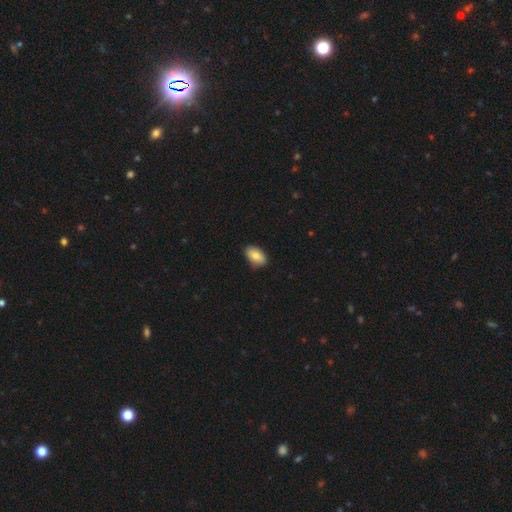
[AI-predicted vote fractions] A smooth galaxy with no disk features (82%) that is in between round and cigar-shaped (92%).

Vote fractions:
- Smooth or featured? smooth: 82% / featured or disk: 11% / star or artifact: 7%
- How rounded? in between: 92% / round: 6% / cigar-shaped: 2%
- Merging? none: 83% / minor disturbance: 14% / major disturbance: 2% / merger: 1%